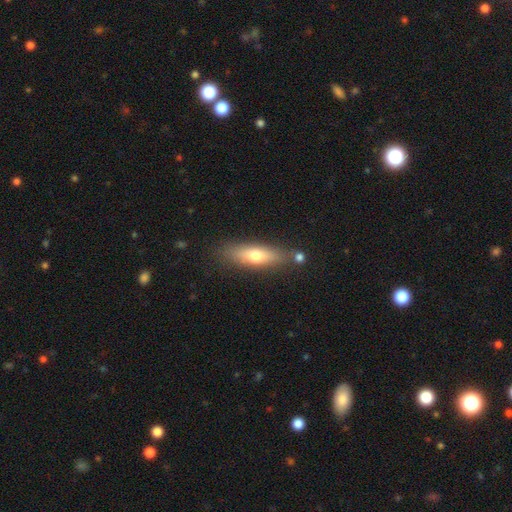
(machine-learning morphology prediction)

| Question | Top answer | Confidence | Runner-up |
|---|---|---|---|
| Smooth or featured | smooth | 64% | featured or disk (29%) |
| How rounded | cigar-shaped | 55% | in between (43%) |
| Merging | none | 74% | minor disturbance (14%) |